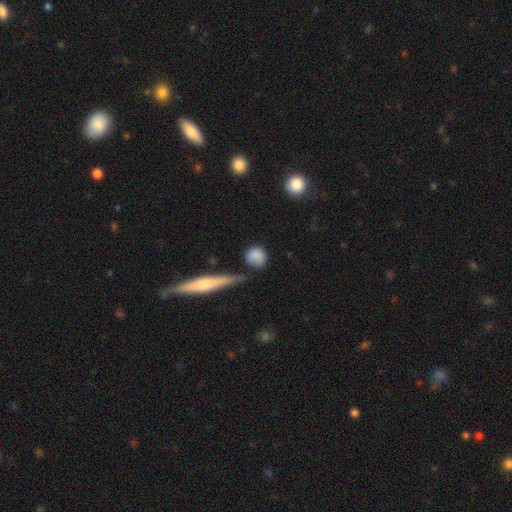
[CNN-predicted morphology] smooth 83%, featured or disk 10%, star or artifact 8%. Down the decision tree: how rounded — round (82%); merging — none (68%).